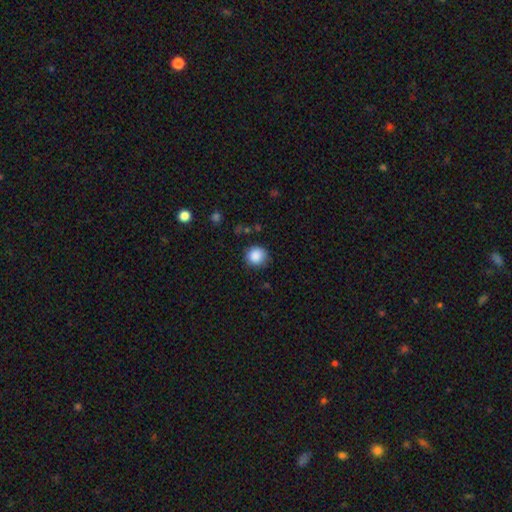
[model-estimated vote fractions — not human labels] A smooth galaxy with no disk features (88%) that is round (91%). Merging: none (85%).